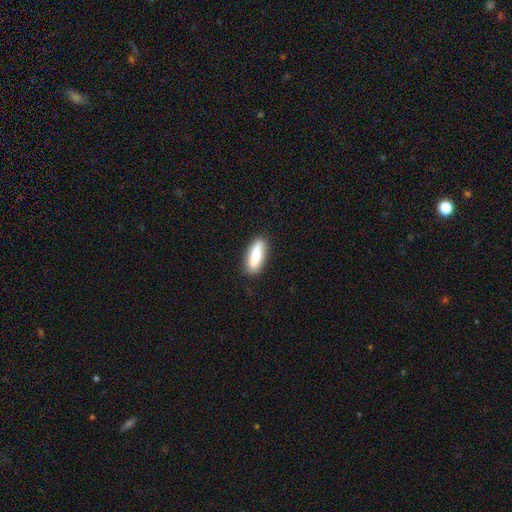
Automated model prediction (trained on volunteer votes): A smooth galaxy with no disk features (77%) that is in between round and cigar-shaped (56%). Merging: none (86%).